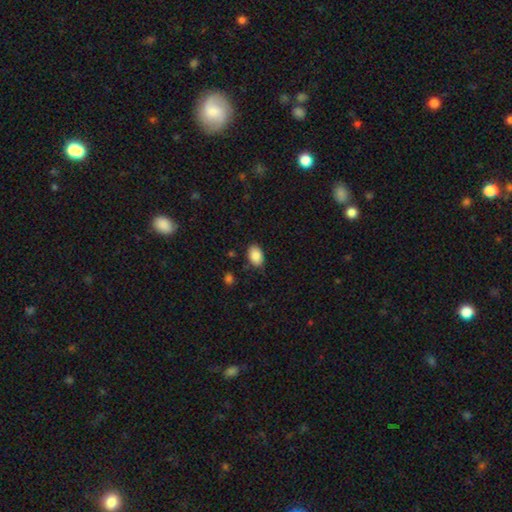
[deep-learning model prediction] The model was most divided on "merging": none: 80%, minor disturbance: 15%, major disturbance: 3%, merger: 2%. More confident: smooth or featured — smooth (88%); how rounded — in between (87%).